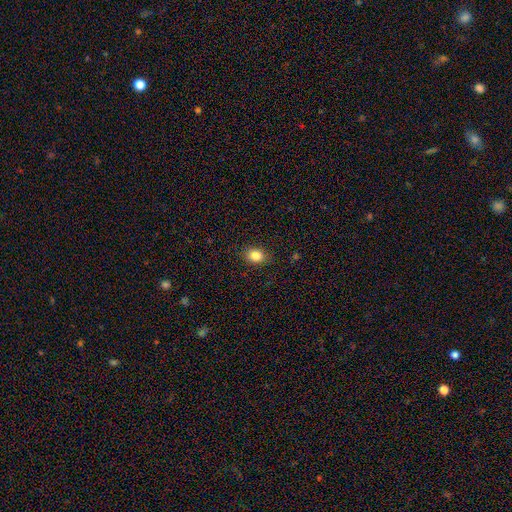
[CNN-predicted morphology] smooth_or_featured: smooth (p=0.85) [alt: star or artifact p=0.10]
how_rounded: in between (p=0.64) [alt: round p=0.35]
merging: none (p=0.86) [alt: minor disturbance p=0.10]